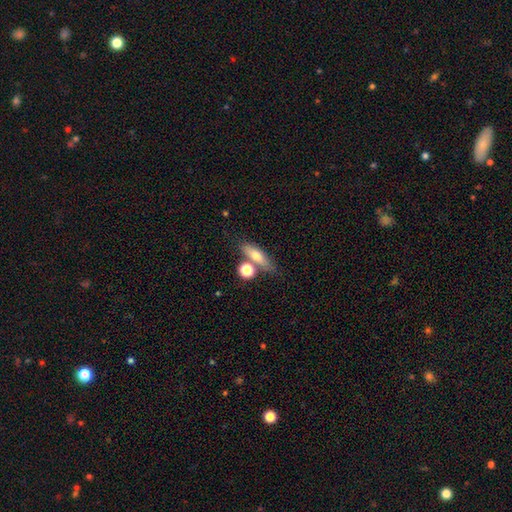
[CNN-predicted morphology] Smooth or featured?
  - smooth: 67% *
  - featured or disk: 25%
  - star or artifact: 9%
How rounded?
  - in between: 46% *
  - cigar-shaped: 44%
  - round: 10%
Merging?
  - none: 61% *
  - merger: 21%
  - minor disturbance: 13%
  - major disturbance: 5%